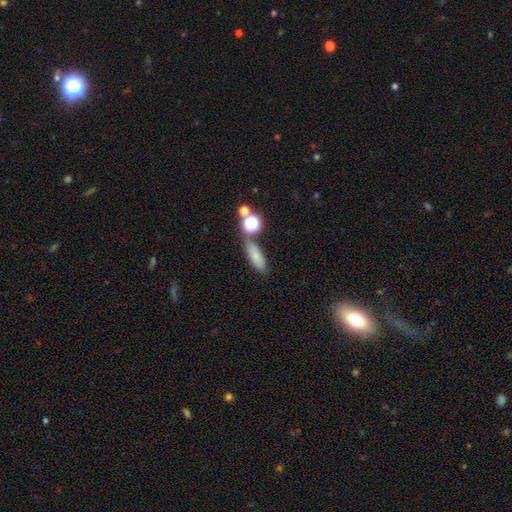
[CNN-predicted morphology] The model was most divided on "how rounded": in between: 56%, cigar-shaped: 36%, round: 8%. More confident: smooth or featured — smooth (75%); merging — none (68%).